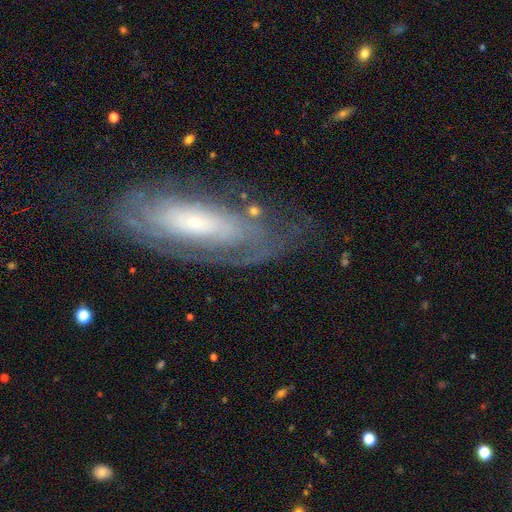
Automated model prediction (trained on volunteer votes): Smooth or featured? featured or disk (74%)
Edge-on disk? no (86%)
Bar? no (72%)
Spiral arms? yes (82%)
Spiral winding? tight (71%)
Spiral arm count? can't tell (60%)
Bulge size? small (76%)
Merging? none (69%)